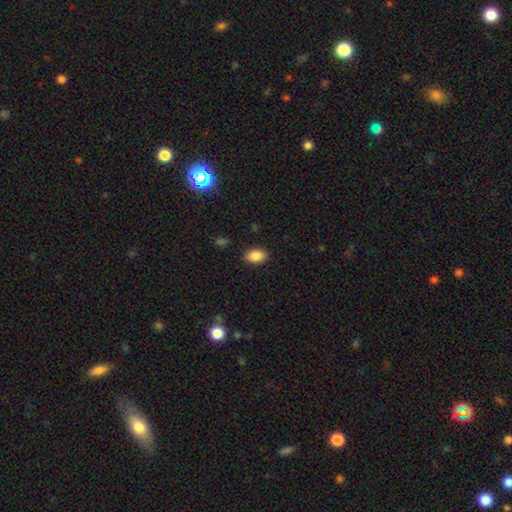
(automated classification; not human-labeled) Overall: smooth (87%). How rounded: in between (85%). Merging: none (88%).